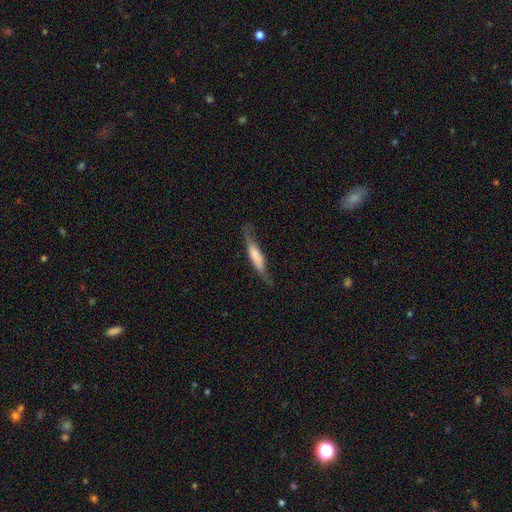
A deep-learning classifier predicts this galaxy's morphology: Smooth or featured? Predicted: smooth (p=0.59). How rounded? Predicted: cigar-shaped (p=0.81). Merging? Predicted: none (p=0.64).